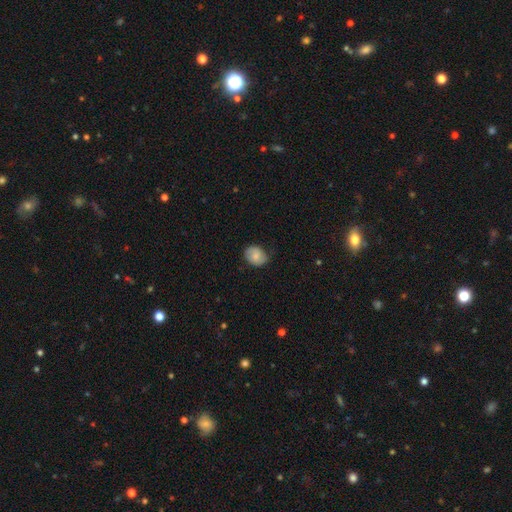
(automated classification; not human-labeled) smooth 72%, featured or disk 20%, star or artifact 7%. Down the decision tree: how rounded — in between (50%); merging — none (65%).